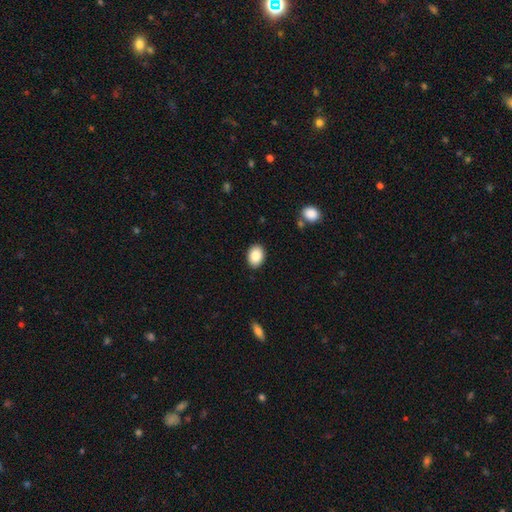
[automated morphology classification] Q: Smooth or featured?
A: smooth (88%); runner-up: star or artifact (7%)
Q: How rounded?
A: in between (77%); runner-up: round (22%)
Q: Merging?
A: none (89%); runner-up: minor disturbance (8%)